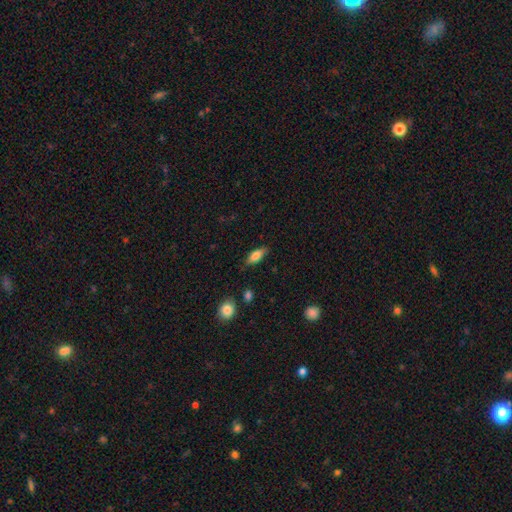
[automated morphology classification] This is likely a smooth galaxy (78%). How rounded: likely in between (75%). Merging: likely none (80%).